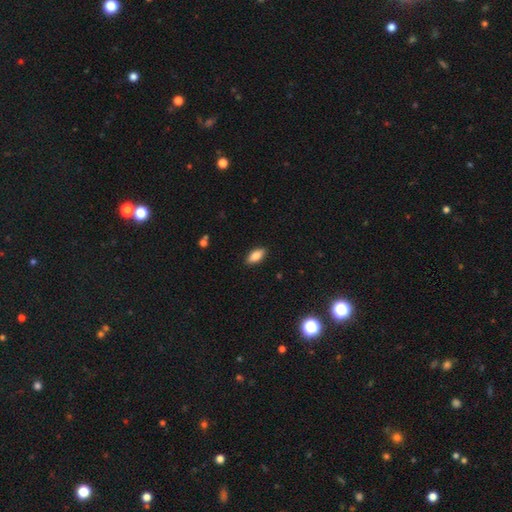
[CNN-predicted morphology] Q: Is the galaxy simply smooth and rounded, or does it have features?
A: smooth — 81%.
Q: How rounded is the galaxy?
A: in between — 85%.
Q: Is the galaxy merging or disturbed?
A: none — 89%.